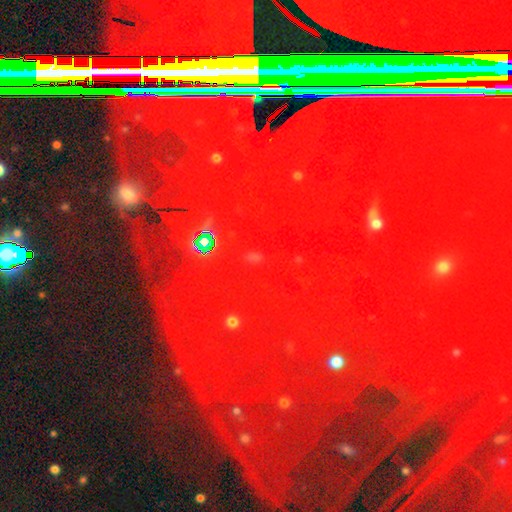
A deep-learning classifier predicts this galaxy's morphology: Q: Smooth or featured?
A: star or artifact (84%); runner-up: smooth (9%)